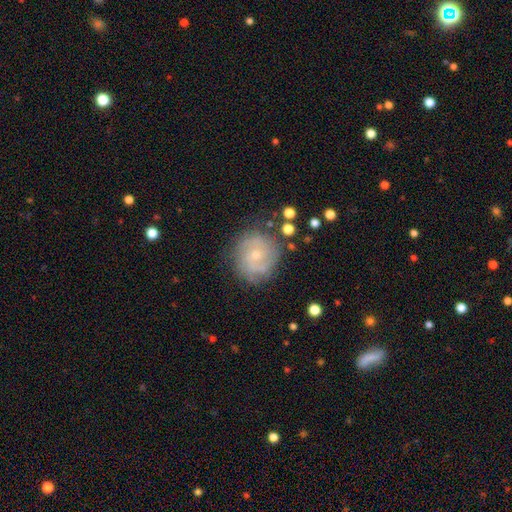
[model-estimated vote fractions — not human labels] Q: Smooth or featured?
A: featured or disk (71%); runner-up: smooth (21%)
Q: Edge-on disk?
A: no (98%); runner-up: yes (2%)
Q: Bar?
A: no (69%); runner-up: weak (27%)
Q: Spiral arms?
A: yes (89%); runner-up: no (11%)
Q: Spiral winding?
A: tight (50%); runner-up: medium (37%)
Q: Spiral arm count?
A: 2 (48%); runner-up: can't tell (28%)
Q: Bulge size?
A: small (70%); runner-up: moderate (26%)
Q: Merging?
A: none (78%); runner-up: minor disturbance (15%)